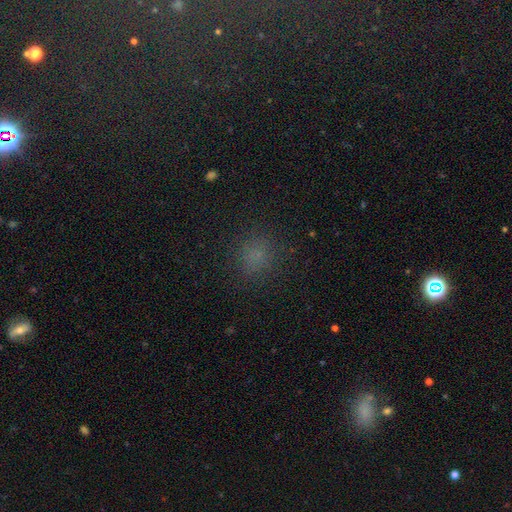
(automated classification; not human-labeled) smooth 72%, star or artifact 22%, featured or disk 6%. Down the decision tree: how rounded — round (82%); merging — none (83%).